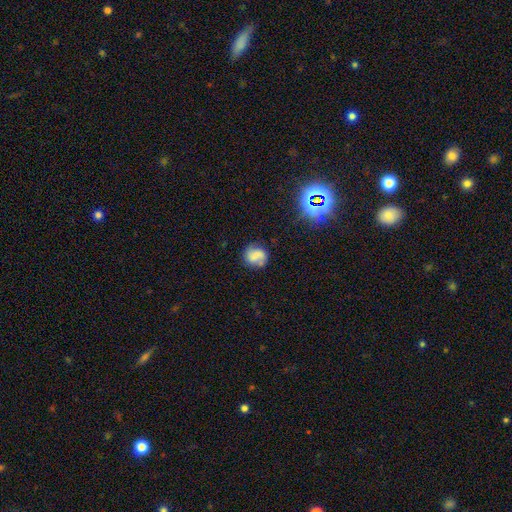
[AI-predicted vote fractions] Smooth or featured: smooth — 52% (featured or disk — 36%)
How rounded: round — 75% (in between — 23%)
Merging: none — 68% (minor disturbance — 20%)